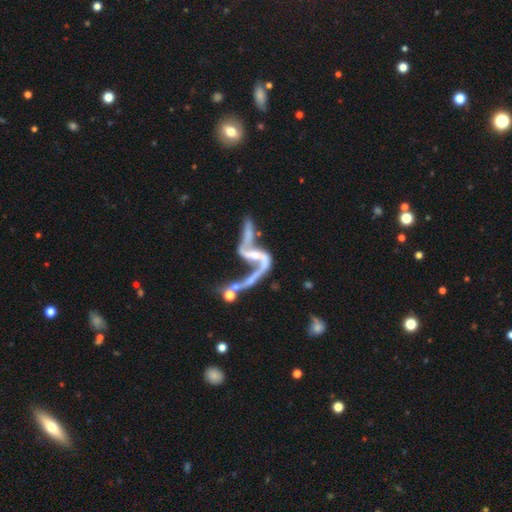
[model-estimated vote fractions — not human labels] A featured or disk galaxy (82%) with no bar (42%), 2 (77%) loose (89%) spiral arms (80%) and a small central bulge (42%). Merging: merger (42%).